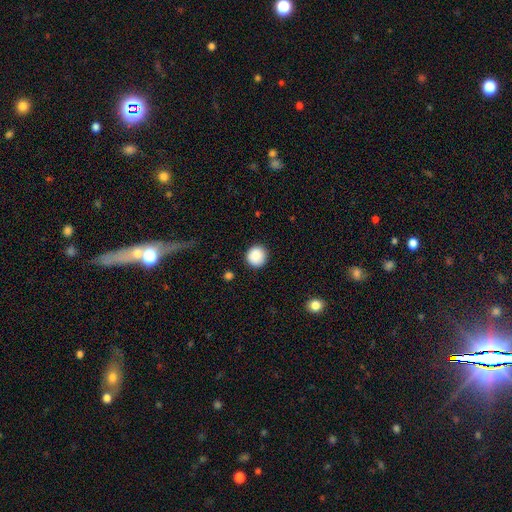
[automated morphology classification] smooth_or_featured: smooth (p=0.88) [alt: star or artifact p=0.08]
how_rounded: round (p=0.94) [alt: in between p=0.05]
merging: none (p=0.90) [alt: minor disturbance p=0.07]